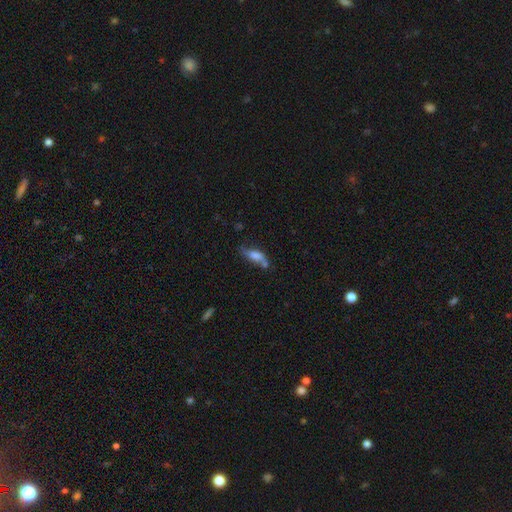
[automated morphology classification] smooth 52%, featured or disk 38%, star or artifact 10%. Down the decision tree: how rounded — in between (64%); merging — none (45%).